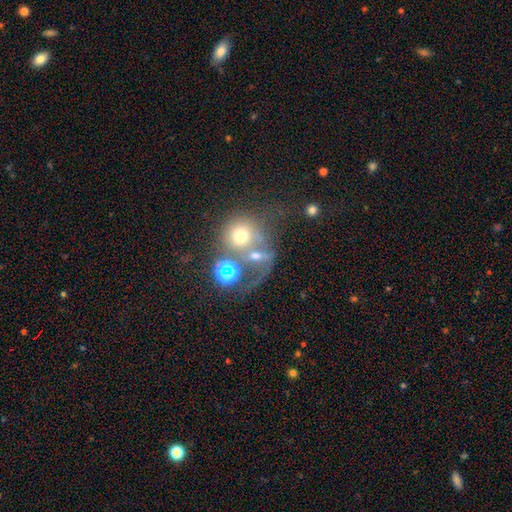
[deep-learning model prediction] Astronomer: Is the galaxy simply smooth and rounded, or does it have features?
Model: smooth — 48% (runner-up: featured or disk, 27%).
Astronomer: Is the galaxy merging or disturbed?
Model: merger — 52%.